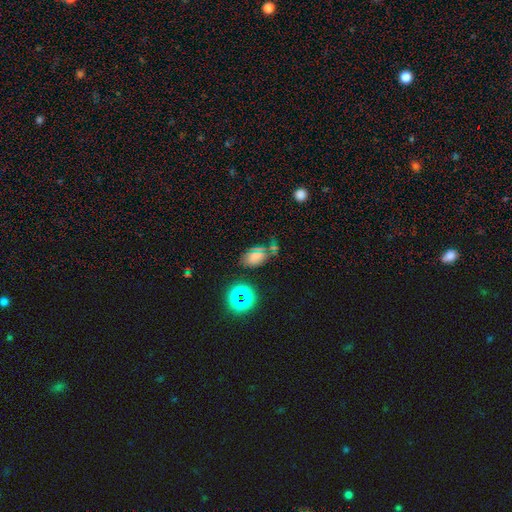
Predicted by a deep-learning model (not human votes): Smooth or featured: smooth — 55% (star or artifact — 35%)
How rounded: in between — 74% (round — 23%)
Merging: none — 68% (minor disturbance — 18%)